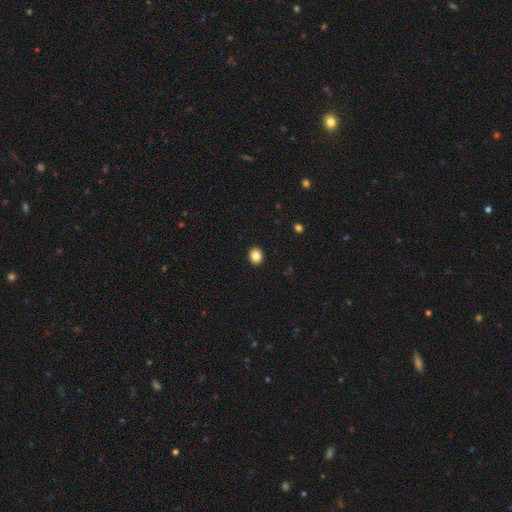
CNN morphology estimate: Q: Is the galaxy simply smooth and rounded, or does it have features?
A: smooth — 85%.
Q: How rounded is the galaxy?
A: round — 64%.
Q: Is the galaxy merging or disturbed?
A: none — 92%.